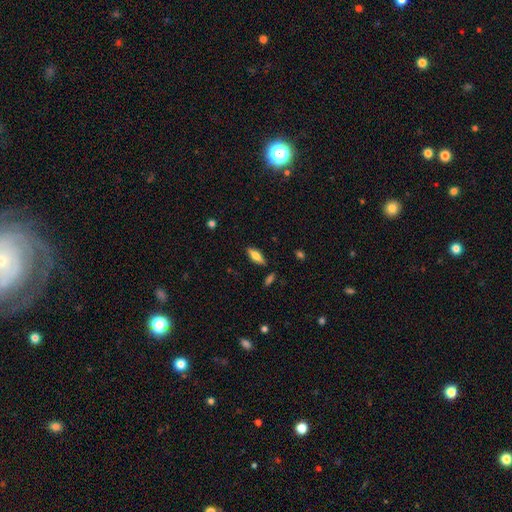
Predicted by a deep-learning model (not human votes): smooth_or_featured: smooth (p=0.60) [alt: featured or disk p=0.33]
how_rounded: in between (p=0.64) [alt: cigar-shaped p=0.33]
merging: none (p=0.85) [alt: minor disturbance p=0.11]